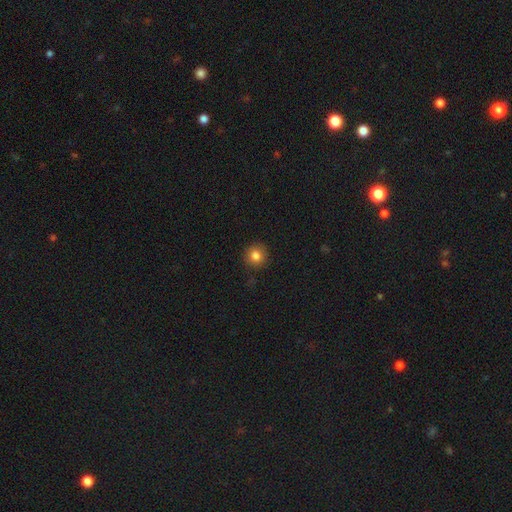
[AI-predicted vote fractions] A smooth galaxy with no disk features (83%) that is round (91%). Merging: none (89%).